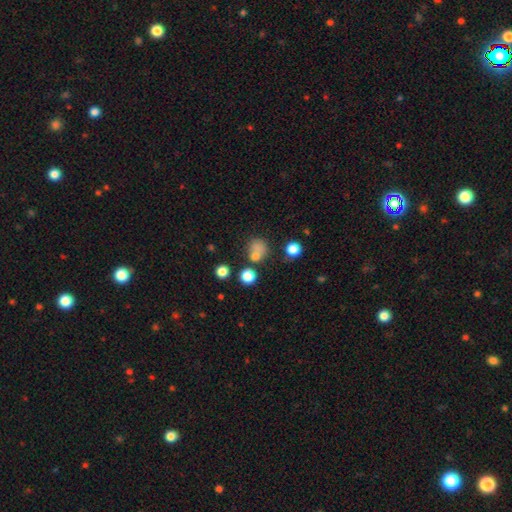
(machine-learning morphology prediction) smooth_or_featured: smooth (p=0.73) [alt: star or artifact p=0.18]
how_rounded: round (p=0.77) [alt: in between p=0.22]
merging: none (p=0.55) [alt: merger p=0.22]